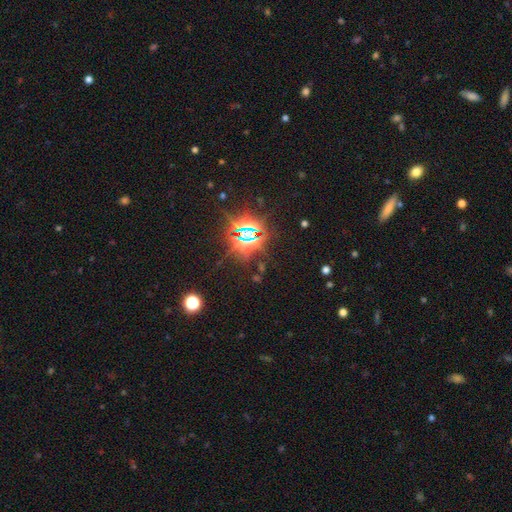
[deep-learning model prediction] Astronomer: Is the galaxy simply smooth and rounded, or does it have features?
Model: star or artifact — 82%.